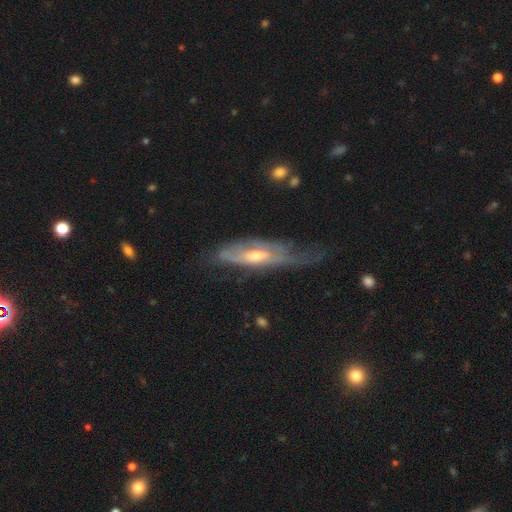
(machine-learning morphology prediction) smooth_or_featured: featured or disk (p=0.72) [alt: smooth p=0.23]
disk_edge_on: no (p=0.69) [alt: yes p=0.31]
merging: none (p=0.36) [alt: major disturbance p=0.33]